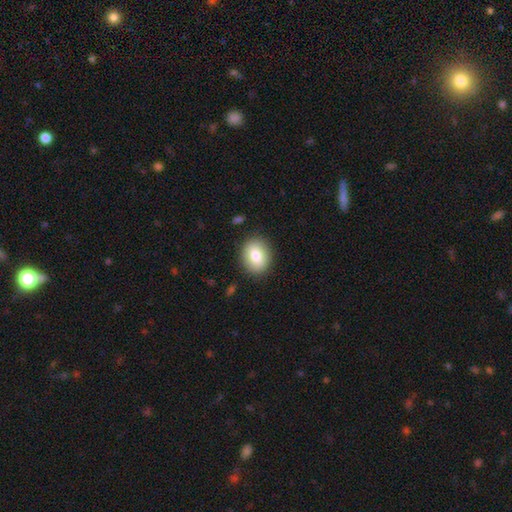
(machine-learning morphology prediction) smooth_or_featured: smooth (p=0.81) [alt: featured or disk p=0.11]
how_rounded: in between (p=0.53) [alt: round p=0.46]
merging: none (p=0.87) [alt: minor disturbance p=0.09]